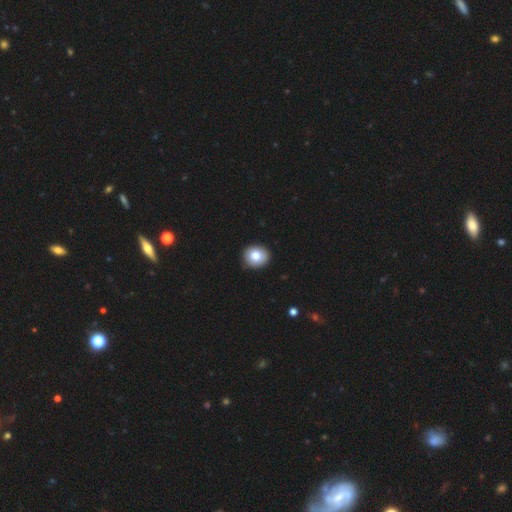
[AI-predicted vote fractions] Smooth or featured? smooth (82%)
How rounded? round (77%)
Merging? none (87%)